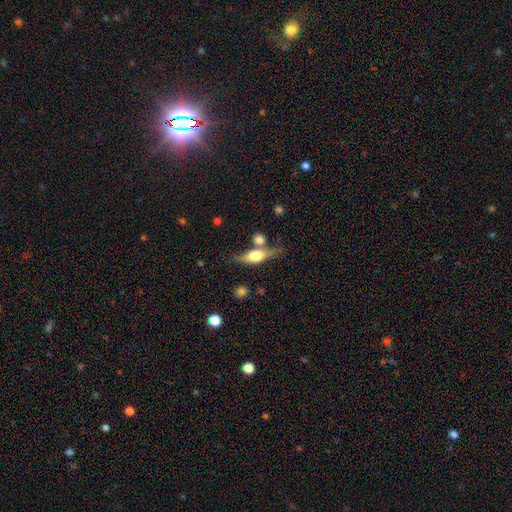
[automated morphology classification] Q: Smooth or featured?
A: featured or disk (54%); runner-up: smooth (39%)
Q: Edge-on disk?
A: yes (90%); runner-up: no (10%)
Q: Merging?
A: none (63%); runner-up: merger (17%)